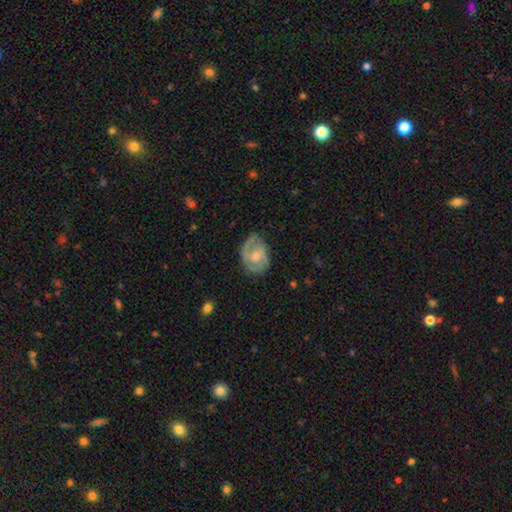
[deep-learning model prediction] Smooth or featured? Predicted: featured or disk (p=0.73). Edge-on disk? Predicted: no (p=0.97). Bar? Predicted: no (p=0.57). Spiral arms? Predicted: yes (p=0.88). Spiral winding? Predicted: medium (p=0.45). Spiral arm count? Predicted: 2 (p=0.68). Bulge size? Predicted: moderate (p=0.49). Merging? Predicted: none (p=0.69).